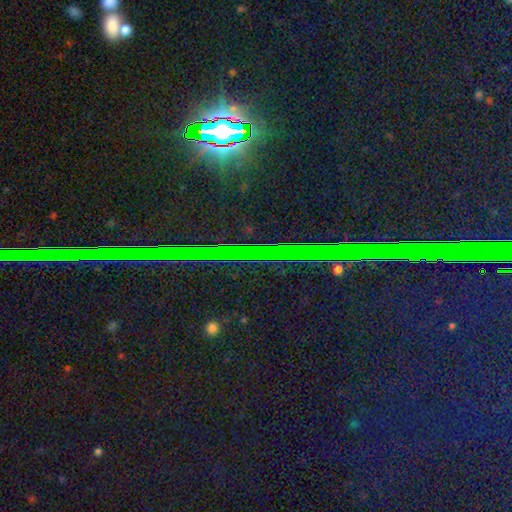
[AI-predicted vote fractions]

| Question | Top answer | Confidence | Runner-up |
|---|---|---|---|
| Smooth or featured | star or artifact | 85% | featured or disk (8%) |